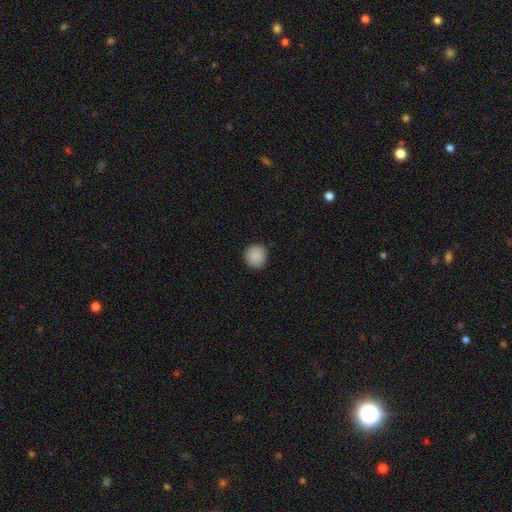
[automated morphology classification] This appears to be a smooth galaxy with no disk features (89%) that is round (90%). Merging: none (90%).